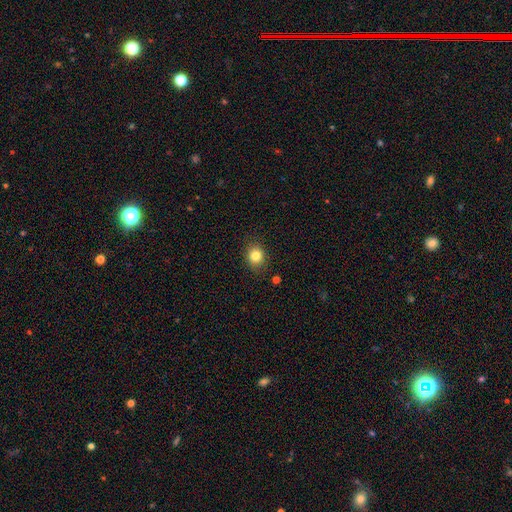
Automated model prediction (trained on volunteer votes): smooth 83%, star or artifact 11%, featured or disk 6%. Down the decision tree: how rounded — round (69%); merging — none (86%).